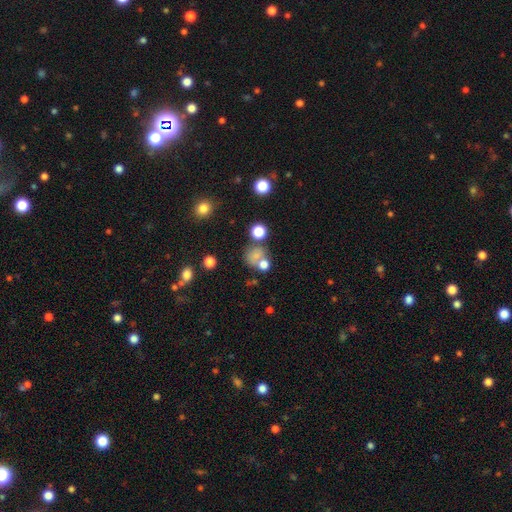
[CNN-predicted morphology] smooth_or_featured: smooth (p=0.69) [alt: star or artifact p=0.18]
how_rounded: round (p=0.77) [alt: in between p=0.22]
merging: none (p=0.52) [alt: merger p=0.28]